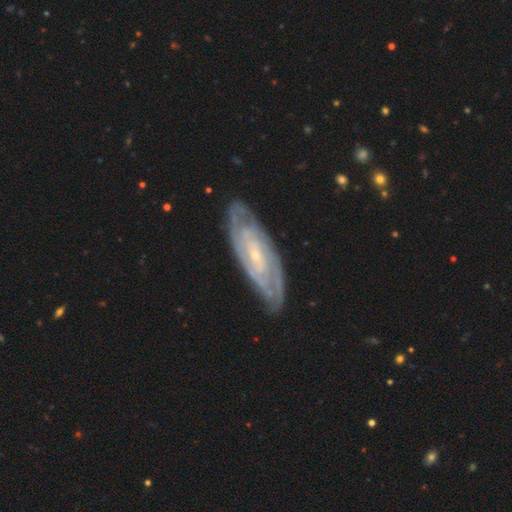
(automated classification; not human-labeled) smooth-or-featured: featured or disk: 86% | smooth: 9% | star or artifact: 5%
  disk-edge-on: no: 88% | yes: 12%
    bar: no: 48% | weak: 37% | strong: 15%
    has-spiral-arms: yes: 95% | no: 5%
      spiral-winding: tight: 73% | medium: 23% | loose: 5%
      spiral-arm-count: can't tell: 36% | 2: 32% | 3: 13% | 4: 9% | more than 4: 5% | 1: 5%
    bulge-size: small: 80% | moderate: 16% | none: 2% | large: 1% | dominant: 1%
  merging: none: 82% | minor disturbance: 14% | major disturbance: 3% | merger: 1%